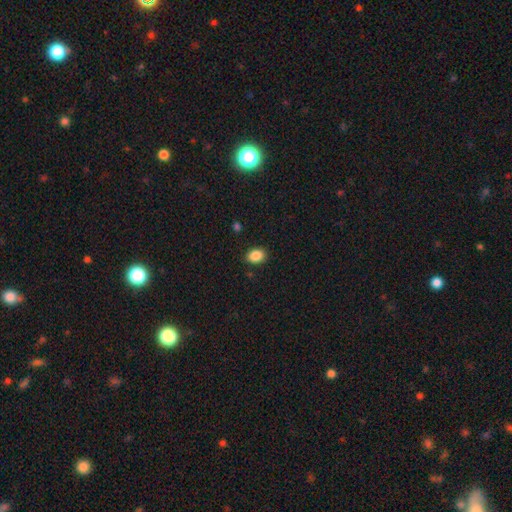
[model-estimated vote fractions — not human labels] Q: Smooth or featured?
A: smooth (88%); runner-up: star or artifact (8%)
Q: How rounded?
A: in between (72%); runner-up: round (27%)
Q: Merging?
A: none (88%); runner-up: minor disturbance (9%)